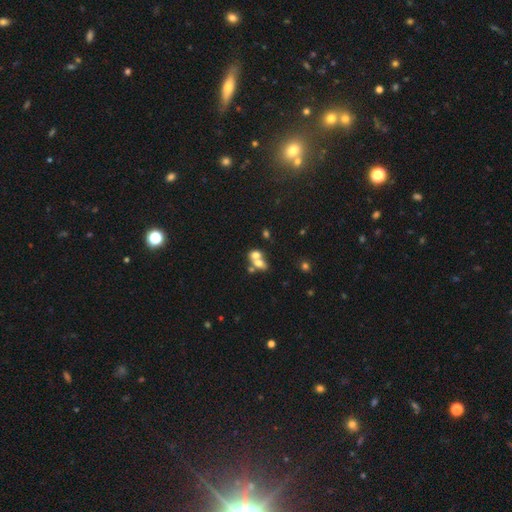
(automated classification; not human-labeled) This is likely a smooth galaxy (63%). How rounded: likely in between (62%). Merging: likely merger (65%).